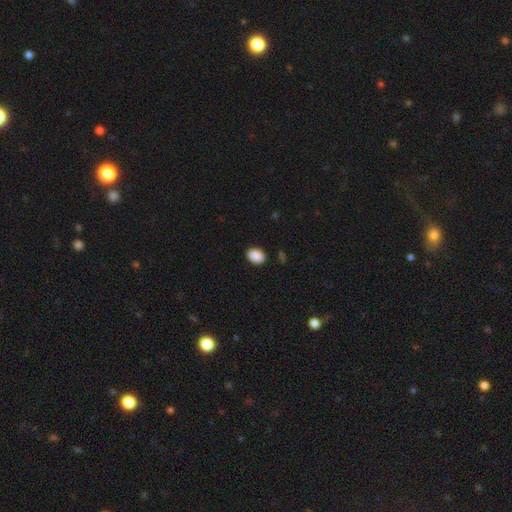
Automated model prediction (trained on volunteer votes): Overall: smooth (90%). How rounded: in between (70%). Merging: none (88%).